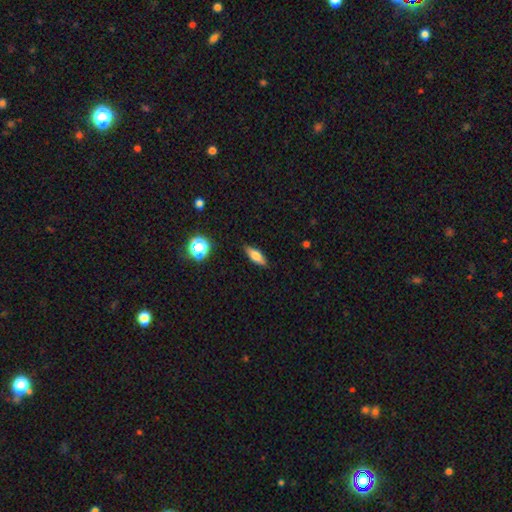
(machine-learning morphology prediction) The model was most divided on "how rounded": in between: 61%, cigar-shaped: 34%, round: 5%. More confident: merging — none (86%); smooth or featured — smooth (65%).